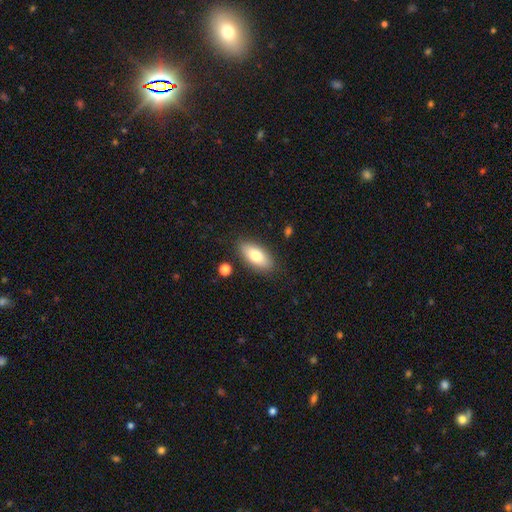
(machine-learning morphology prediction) This is likely a smooth galaxy (77%). How rounded: clearly in between (87%). Merging: clearly none (84%).